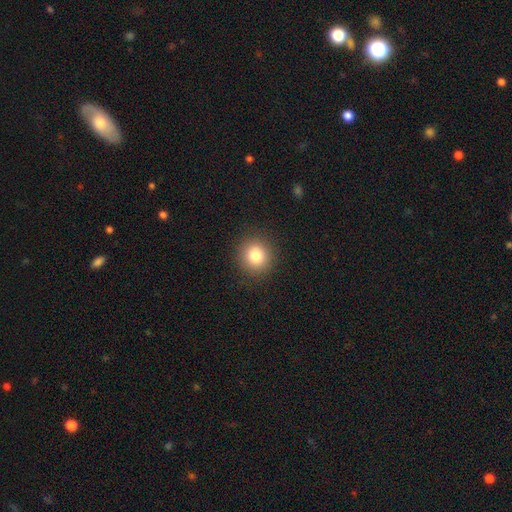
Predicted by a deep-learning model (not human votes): smooth-or-featured: smooth: 81% | star or artifact: 11% | featured or disk: 8%
  how-rounded: round: 91% | in between: 8% | cigar-shaped: 1%
  merging: none: 91% | minor disturbance: 6% | major disturbance: 2% | merger: 1%